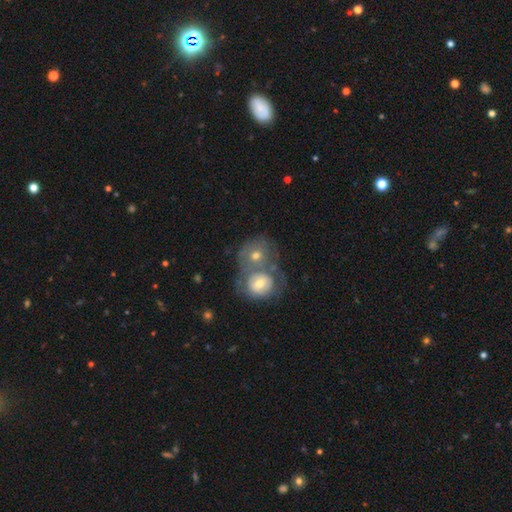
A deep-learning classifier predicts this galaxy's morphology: A smooth galaxy with no disk features (52%) that is round (73%).

Vote fractions:
- Smooth or featured? smooth: 52% / featured or disk: 40% / star or artifact: 8%
- How rounded? round: 73% / in between: 26% / cigar-shaped: 1%
- Merging? merger: 64% / none: 23% / minor disturbance: 8% / major disturbance: 5%